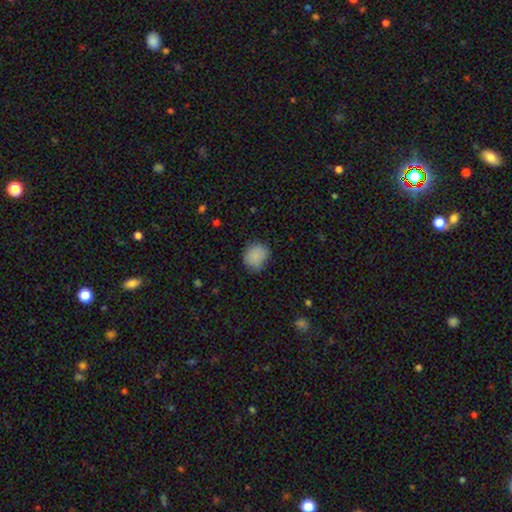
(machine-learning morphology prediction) smooth-or-featured: smooth: 85% | star or artifact: 9% | featured or disk: 6%
  how-rounded: round: 71% | in between: 28% | cigar-shaped: 1%
  merging: none: 73% | minor disturbance: 21% | major disturbance: 5% | merger: 1%